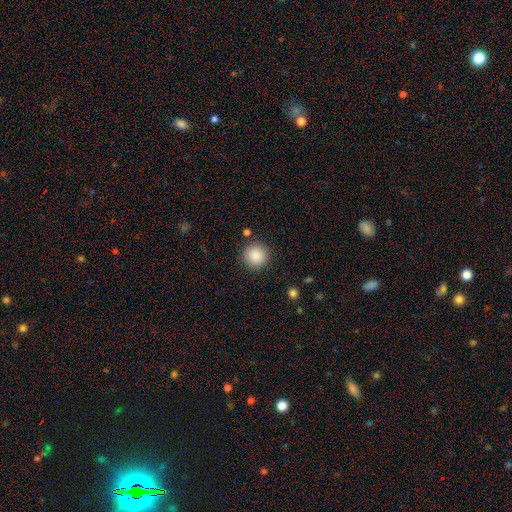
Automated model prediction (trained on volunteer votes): smooth-or-featured: smooth: 88% | star or artifact: 8% | featured or disk: 4%
  how-rounded: round: 95% | in between: 4% | cigar-shaped: 1%
  merging: none: 89% | minor disturbance: 7% | major disturbance: 2% | merger: 2%